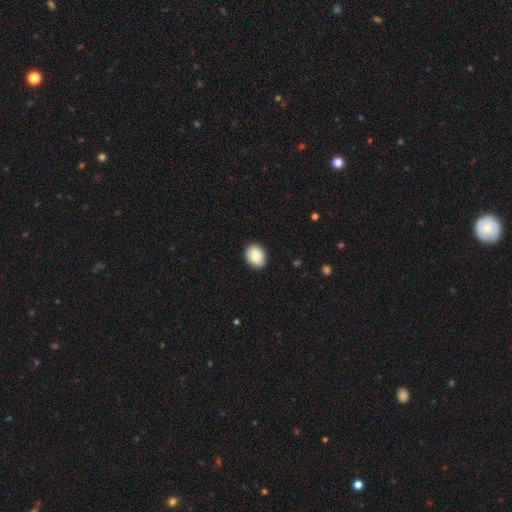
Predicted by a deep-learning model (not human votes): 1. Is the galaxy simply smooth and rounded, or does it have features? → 81% smooth, 12% featured or disk, 7% star or artifact.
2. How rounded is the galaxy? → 53% in between, 46% round, 1% cigar-shaped.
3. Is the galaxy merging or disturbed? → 88% none, 9% minor disturbance, 2% major disturbance, 1% merger.